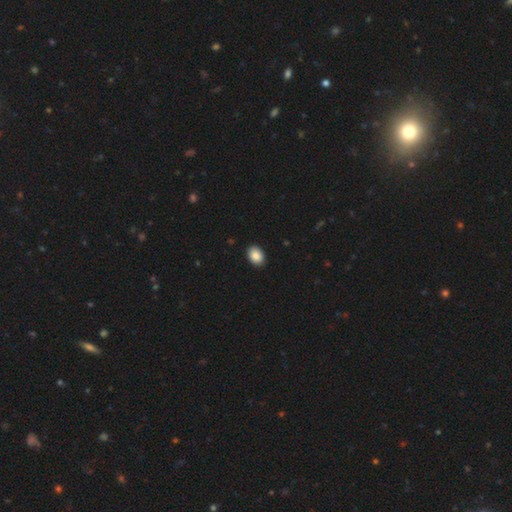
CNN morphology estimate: smooth-or-featured: smooth: 89% | star or artifact: 7% | featured or disk: 3%
  how-rounded: in between: 76% | round: 23% | cigar-shaped: 1%
  merging: none: 90% | minor disturbance: 7% | major disturbance: 2% | merger: 1%